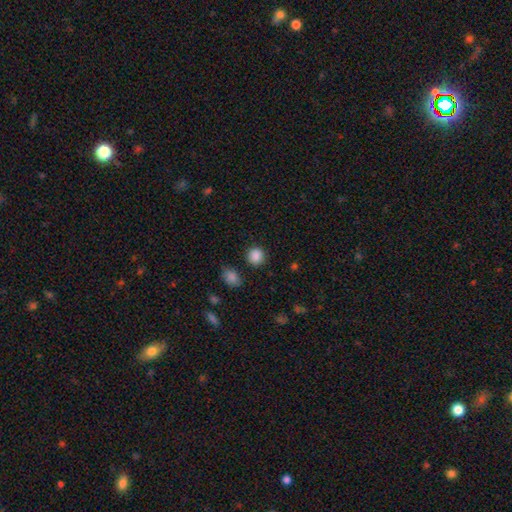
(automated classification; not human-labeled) smooth-or-featured: smooth: 87% | star or artifact: 10% | featured or disk: 3%
  how-rounded: round: 88% | in between: 11% | cigar-shaped: 1%
  merging: none: 87% | minor disturbance: 8% | major disturbance: 3% | merger: 2%